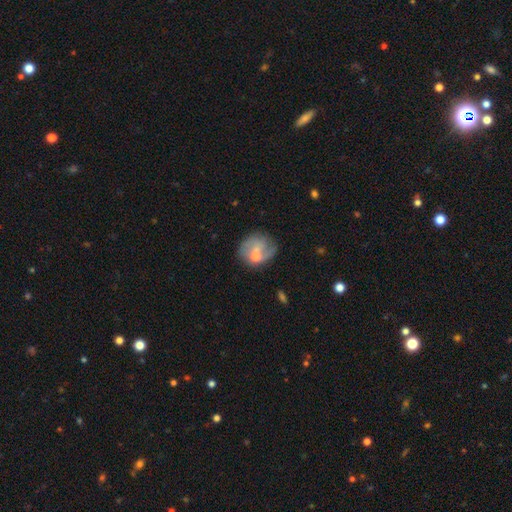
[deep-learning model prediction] smooth 46%, featured or disk 45%, star or artifact 9%. Down the decision tree: merging — none (47%).